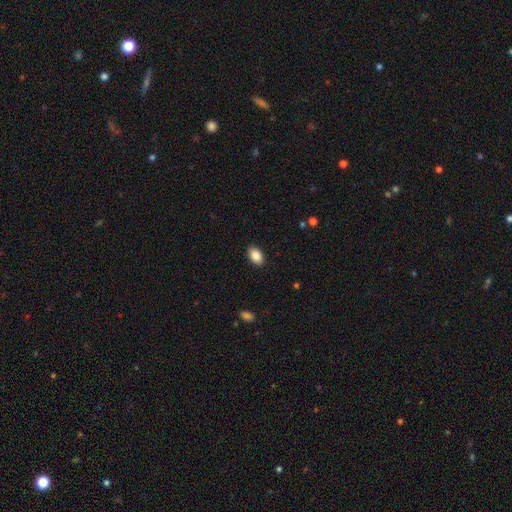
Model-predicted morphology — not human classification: Smooth or featured?
  - smooth: 87% *
  - star or artifact: 7%
  - featured or disk: 5%
How rounded?
  - in between: 89% *
  - round: 10%
  - cigar-shaped: 1%
Merging?
  - none: 90% *
  - minor disturbance: 8%
  - major disturbance: 2%
  - merger: 1%